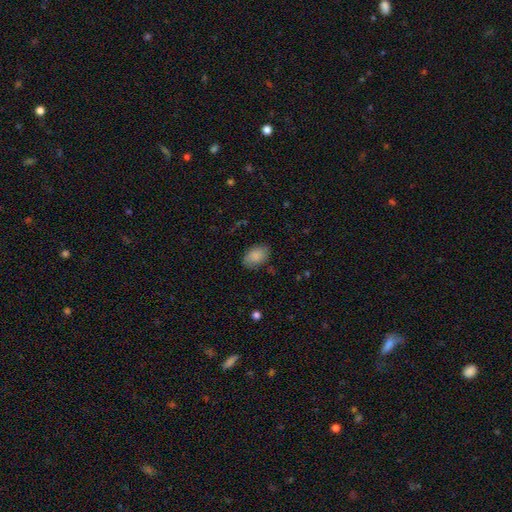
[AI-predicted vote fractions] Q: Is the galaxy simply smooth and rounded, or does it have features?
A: smooth — 87%.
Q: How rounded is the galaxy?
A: in between — 86%.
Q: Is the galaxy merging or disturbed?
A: none — 81%.